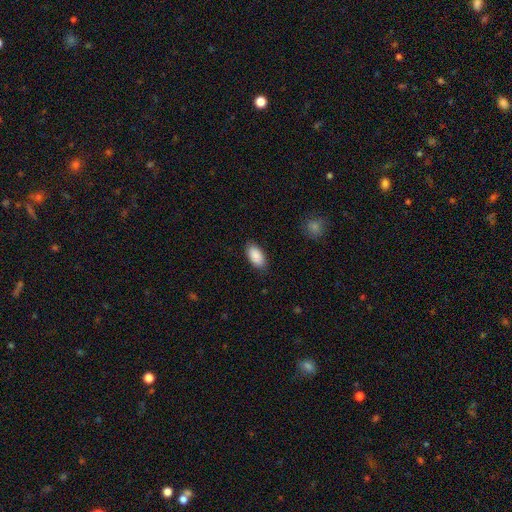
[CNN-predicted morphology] type=smooth (90%); roundness=in between (95%); merging=none (85%).